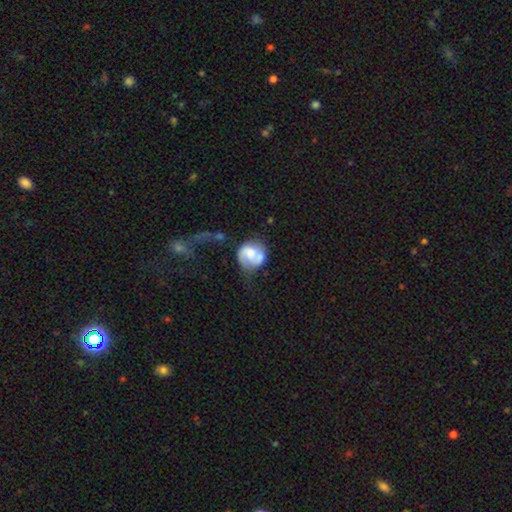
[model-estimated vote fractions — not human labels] Q: Smooth or featured?
A: featured or disk (49%); runner-up: smooth (43%)
Q: Merging?
A: none (32%); runner-up: minor disturbance (24%)